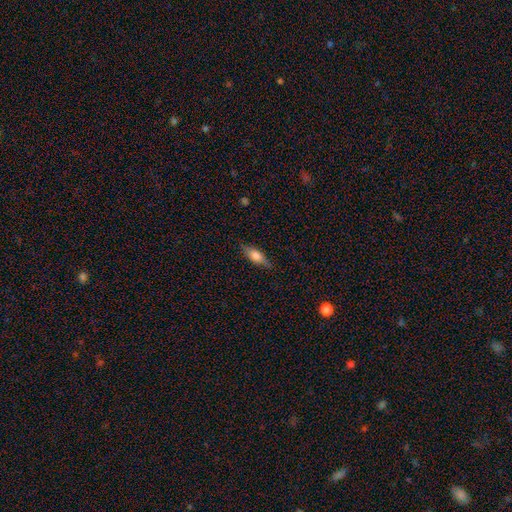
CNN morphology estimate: Smooth or featured? Predicted: smooth (p=0.60). How rounded? Predicted: in between (p=0.58). Merging? Predicted: none (p=0.81).